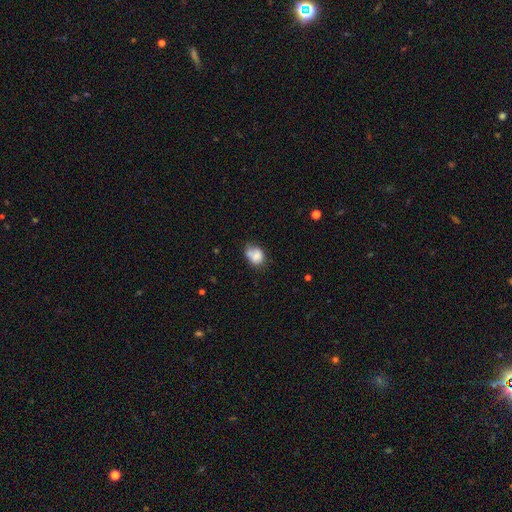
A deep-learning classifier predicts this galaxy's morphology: type=smooth (74%); roundness=in between (57%); merging=none (37%).